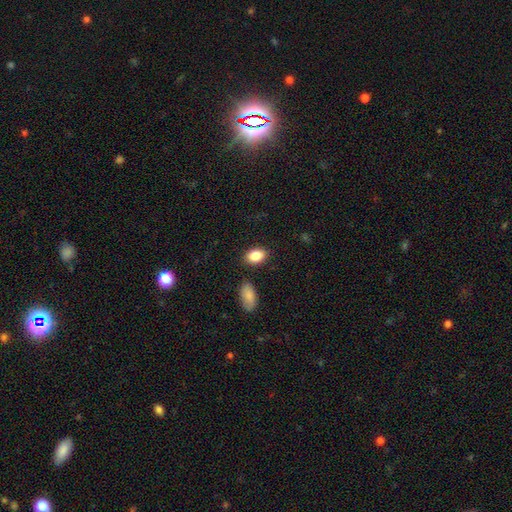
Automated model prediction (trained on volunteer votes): smooth_or_featured: smooth (p=0.87) [alt: star or artifact p=0.07]
how_rounded: in between (p=0.87) [alt: round p=0.11]
merging: none (p=0.83) [alt: minor disturbance p=0.10]